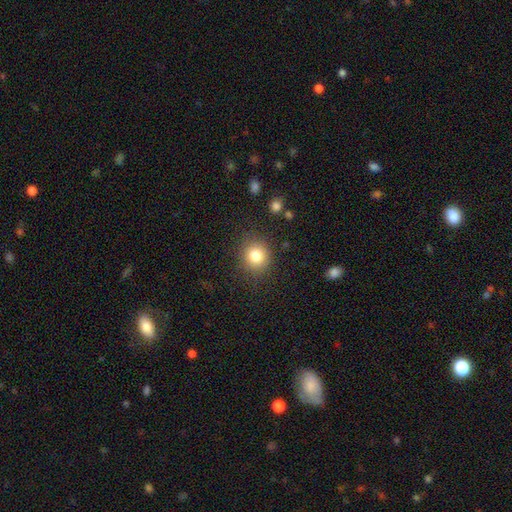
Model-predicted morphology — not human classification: Smooth or featured: smooth — 81% (star or artifact — 11%)
How rounded: round — 84% (in between — 16%)
Merging: none — 86% (minor disturbance — 9%)